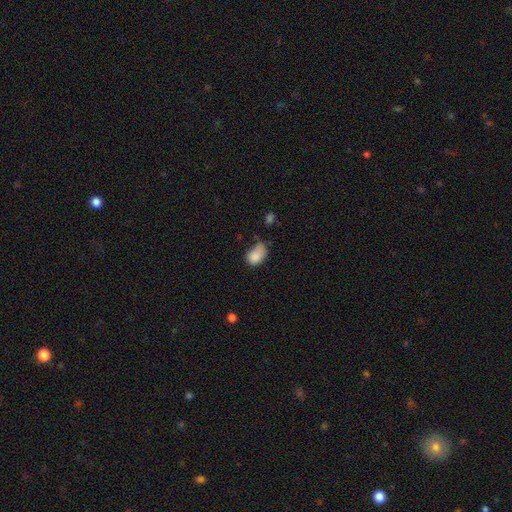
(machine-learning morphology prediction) smooth_or_featured: smooth (p=0.84) [alt: star or artifact p=0.09]
how_rounded: in between (p=0.79) [alt: round p=0.20]
merging: minor disturbance (p=0.38) [alt: none p=0.36]